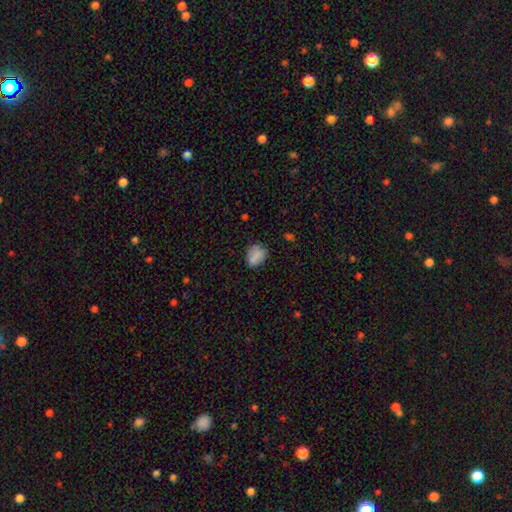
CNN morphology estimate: Smooth or featured? smooth (83%)
How rounded? in between (66%)
Merging? none (70%)